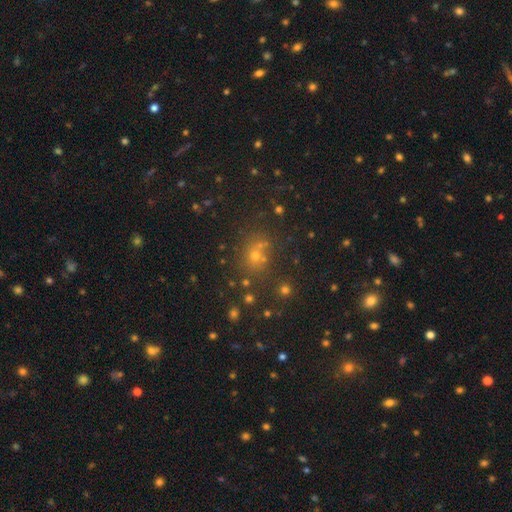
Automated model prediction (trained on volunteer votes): Smooth or featured? smooth (53%)
How rounded? round (75%)
Merging? none (62%)